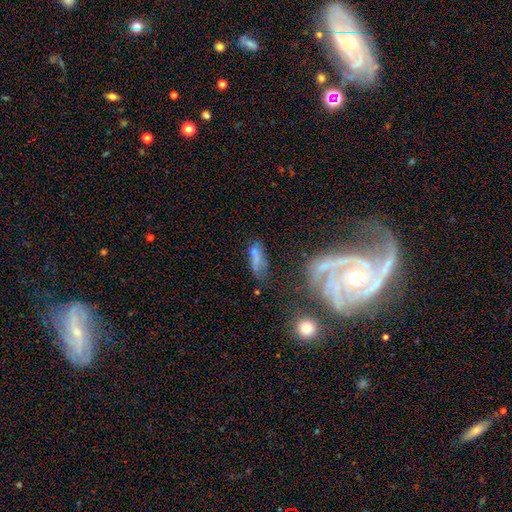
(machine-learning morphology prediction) Q: Smooth or featured?
A: smooth (53%); runner-up: featured or disk (28%)
Q: How rounded?
A: in between (66%); runner-up: cigar-shaped (27%)
Q: Merging?
A: none (40%); runner-up: minor disturbance (23%)